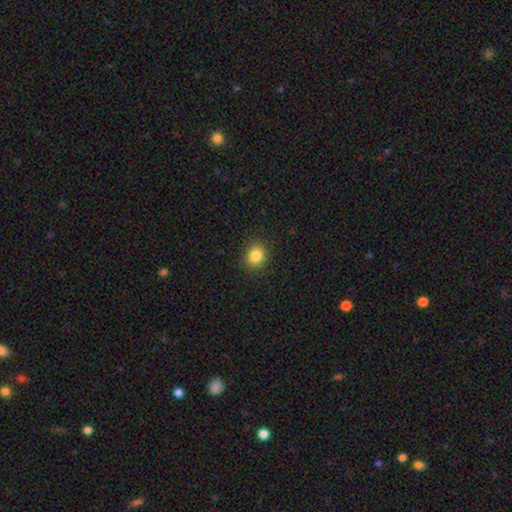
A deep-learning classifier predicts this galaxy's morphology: Smooth or featured? Predicted: smooth (p=0.84). How rounded? Predicted: round (p=0.74). Merging? Predicted: none (p=0.89).